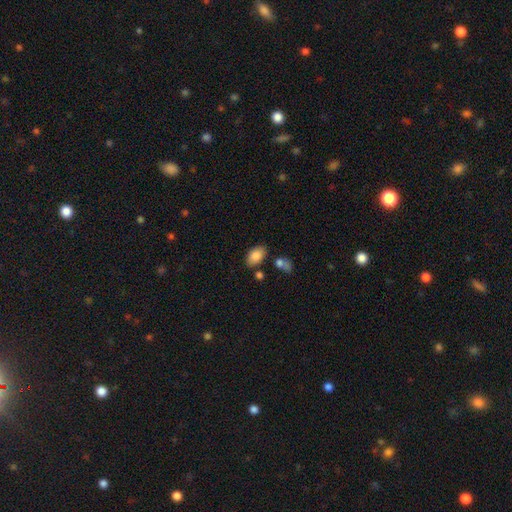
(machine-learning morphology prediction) Overall: smooth (85%). How rounded: in between (91%). Merging: none (76%).